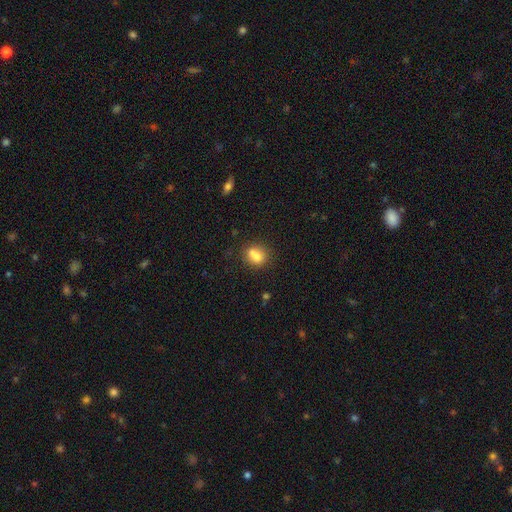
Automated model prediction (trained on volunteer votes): A smooth galaxy with no disk features (74%) that is round (58%).

Vote fractions:
- Smooth or featured? smooth: 74% / featured or disk: 16% / star or artifact: 11%
- How rounded? round: 58% / in between: 39% / cigar-shaped: 2%
- Merging? none: 50% / merger: 32% / minor disturbance: 14% / major disturbance: 5%